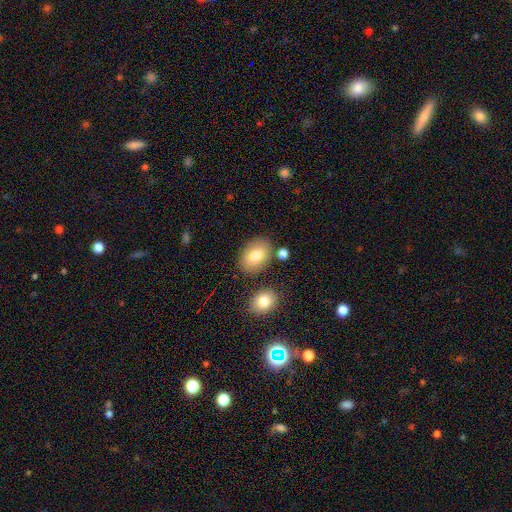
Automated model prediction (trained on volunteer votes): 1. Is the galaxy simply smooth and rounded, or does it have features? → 79% smooth, 13% featured or disk, 8% star or artifact.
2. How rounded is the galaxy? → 82% in between, 16% round, 1% cigar-shaped.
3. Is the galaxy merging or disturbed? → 79% none, 12% minor disturbance, 6% merger, 3% major disturbance.